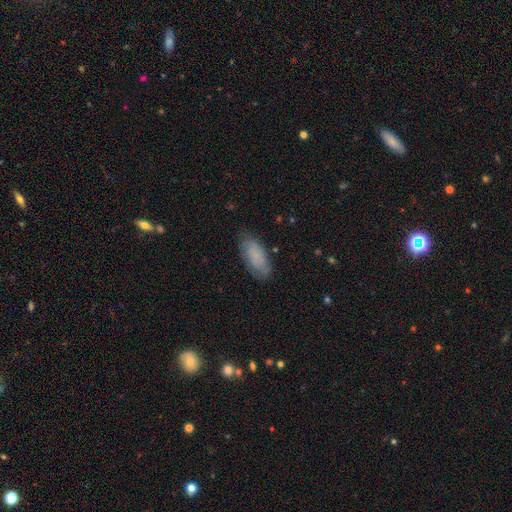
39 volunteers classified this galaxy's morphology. Overall: smooth (64%; featured or disk 31%). How rounded: in between (84%). Merging: none (73%).